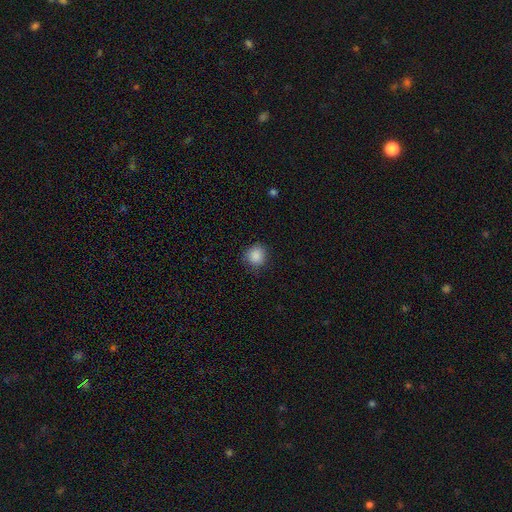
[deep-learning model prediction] Morphology: type=smooth (88%); roundness=round (86%); merging=none (85%).